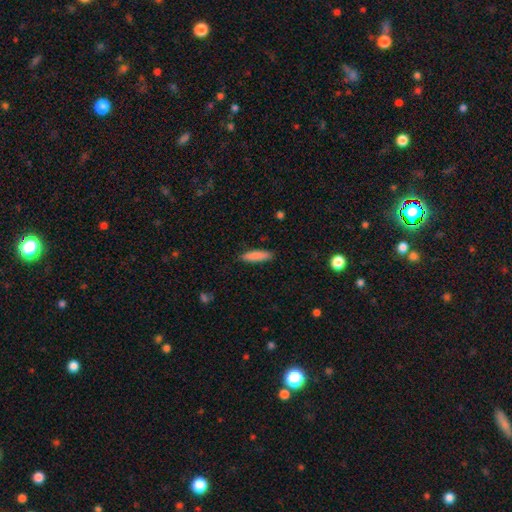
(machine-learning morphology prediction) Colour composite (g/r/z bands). It shows a smooth galaxy with no disk features (86%) that is cigar-shaped (72%). Merging: none (87%).